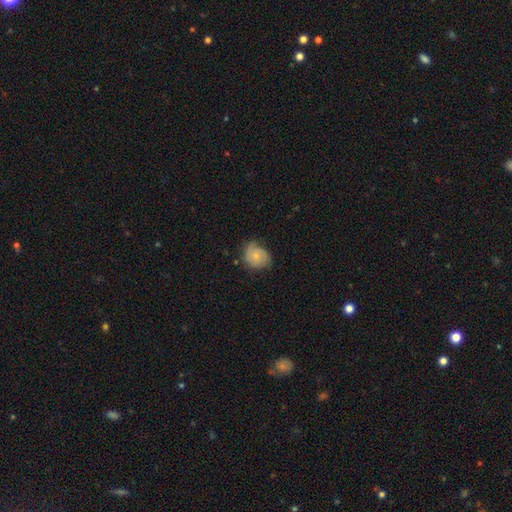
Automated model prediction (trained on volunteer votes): Smooth or featured?
  - smooth: 65% *
  - featured or disk: 27%
  - star or artifact: 8%
How rounded?
  - round: 60% *
  - in between: 39%
  - cigar-shaped: 1%
Merging?
  - none: 52% *
  - minor disturbance: 36%
  - major disturbance: 10%
  - merger: 2%